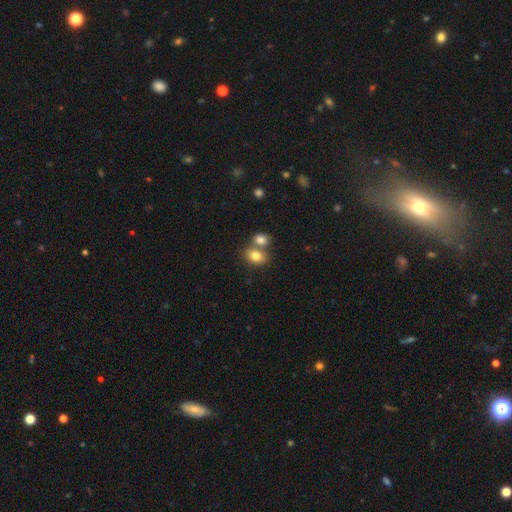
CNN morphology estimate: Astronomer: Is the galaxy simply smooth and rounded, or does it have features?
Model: smooth — 81%.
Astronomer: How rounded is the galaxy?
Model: in between — 63%.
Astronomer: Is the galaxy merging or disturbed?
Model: merger — 46% (runner-up: none, 43%).